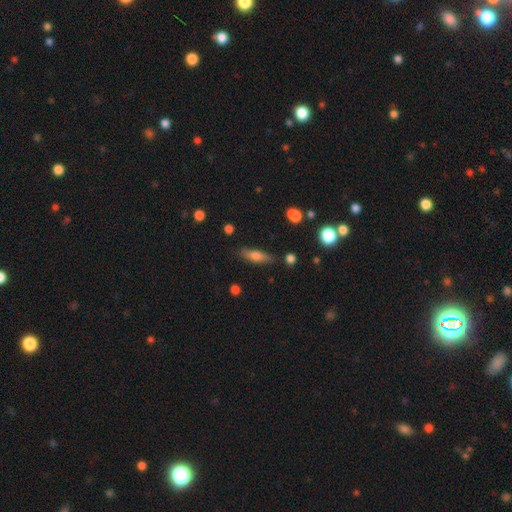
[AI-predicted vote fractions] Smooth or featured: smooth — 67% (featured or disk — 25%)
How rounded: cigar-shaped — 53% (in between — 44%)
Merging: none — 80% (minor disturbance — 14%)